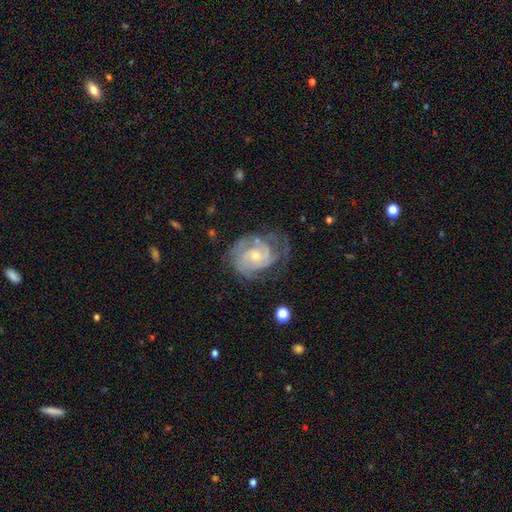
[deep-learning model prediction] This is clearly a featured or disk galaxy (83%). It is clearly not viewed edge-on (97%). Bar: likely no (70%). Spiral arm pattern: clearly yes (93%). Spiral arm count: marginally 2 (34%). Spiral winding: likely tight (60%). Central bulge: possibly small (56%). Merging: possibly none (59%).